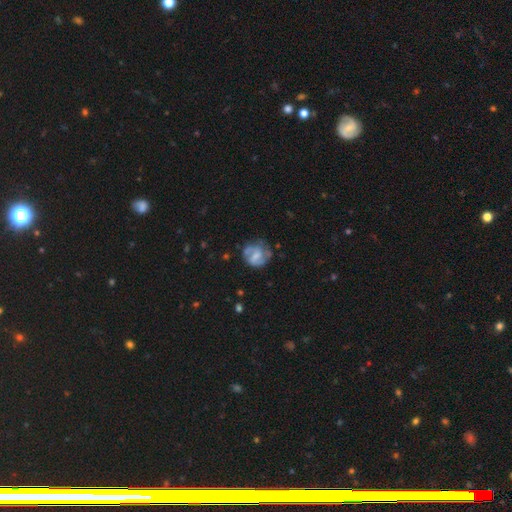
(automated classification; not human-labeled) featured or disk 67%, smooth 26%, star or artifact 7%. Down the decision tree: edge-on disk — no (98%); bar — weak (49%); spiral arms — yes (83%); spiral arm count — 2 (68%); spiral winding — medium (45%); bulge size — small (36%); merging — none (58%).